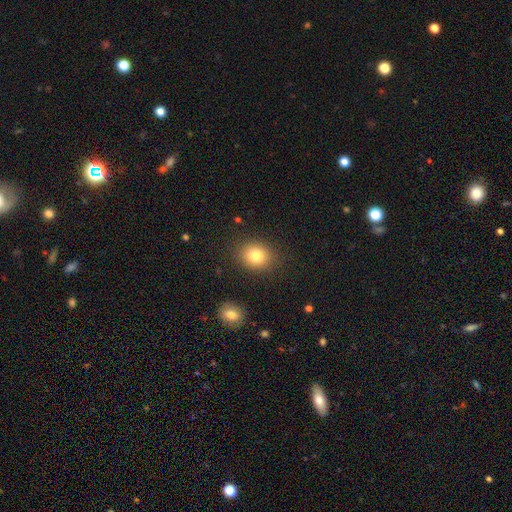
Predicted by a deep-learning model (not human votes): Morphology: type=smooth (81%); roundness=round (65%); merging=none (86%).